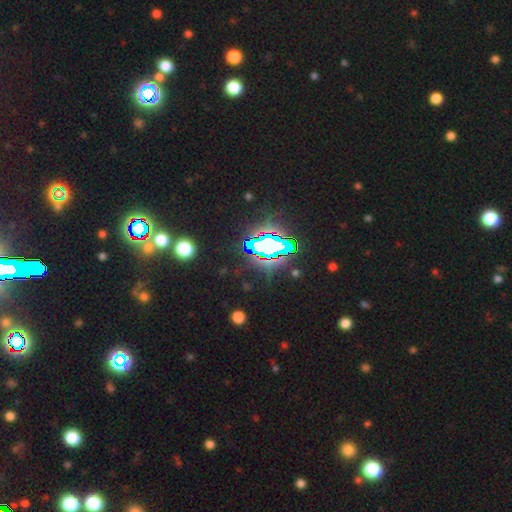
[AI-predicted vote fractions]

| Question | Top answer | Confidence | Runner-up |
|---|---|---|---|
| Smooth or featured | star or artifact | 79% | smooth (12%) |